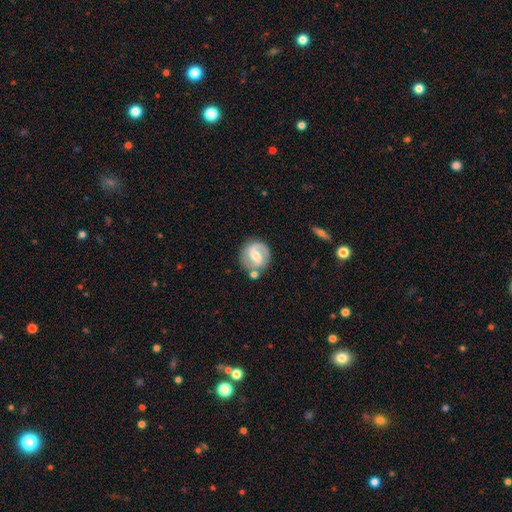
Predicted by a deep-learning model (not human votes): smooth-or-featured: featured or disk: 70% | smooth: 24% | star or artifact: 6%
  disk-edge-on: no: 97% | yes: 3%
    bar: weak: 48% | strong: 33% | no: 19%
    has-spiral-arms: yes: 85% | no: 15%
      spiral-winding: medium: 44% | tight: 31% | loose: 25%
      spiral-arm-count: 2: 71% | 1: 19% | can't tell: 7% | 3: 1% | 4: 1% | more than 4: 1%
    bulge-size: moderate: 64% | small: 25% | large: 8% | none: 2% | dominant: 1%
  merging: none: 70% | minor disturbance: 15% | merger: 9% | major disturbance: 6%